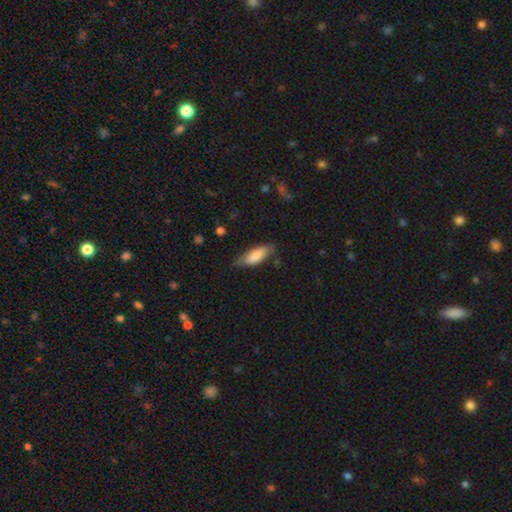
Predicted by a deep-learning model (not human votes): Overall: smooth (80%). How rounded: in between (68%; cigar-shaped 31%). Merging: none (66%; minor disturbance 26%).